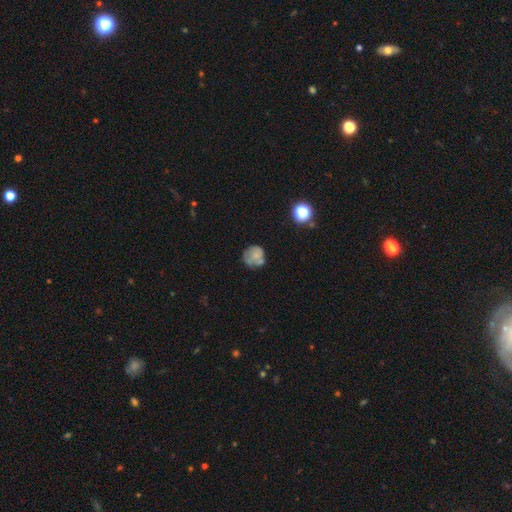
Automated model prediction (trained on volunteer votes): A smooth galaxy with no disk features (56%) that is round (82%). Merging: none (51%).